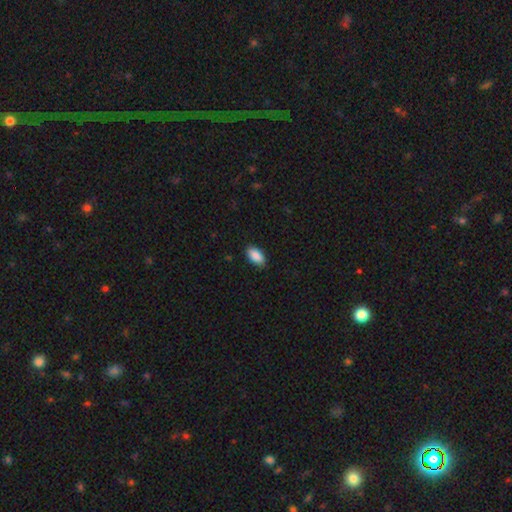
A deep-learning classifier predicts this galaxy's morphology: smooth 90%, star or artifact 7%, featured or disk 3%. Down the decision tree: how rounded — in between (94%); merging — none (88%).